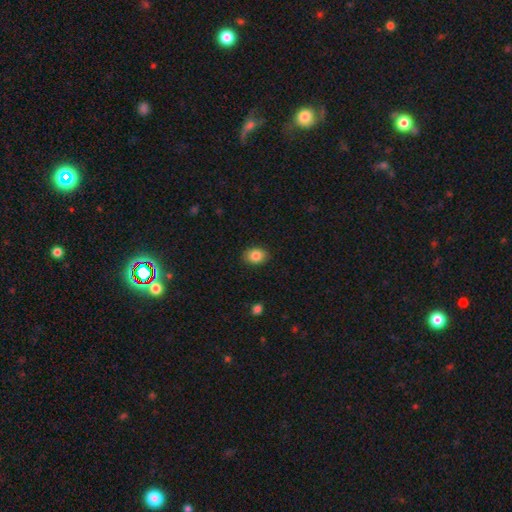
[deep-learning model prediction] This is clearly a smooth galaxy (85%). How rounded: likely in between (66%). Merging: clearly none (88%).